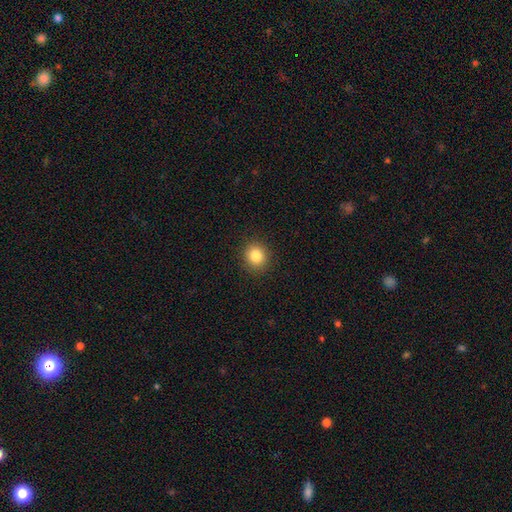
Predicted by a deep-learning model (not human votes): Morphology: type=smooth (83%); roundness=round (85%); merging=none (91%).